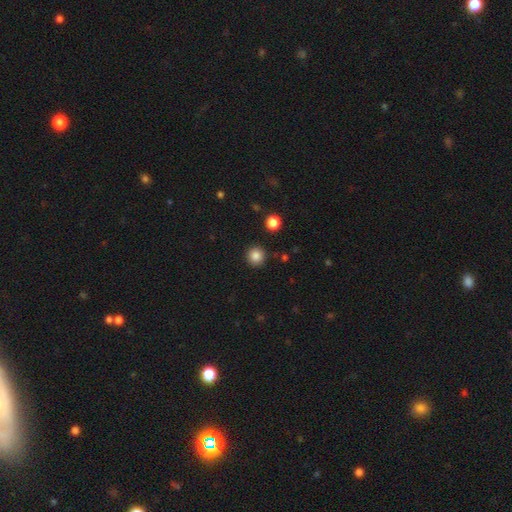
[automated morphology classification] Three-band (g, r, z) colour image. It shows a smooth galaxy with no disk features (85%) that is round (94%). Merging: none (91%).